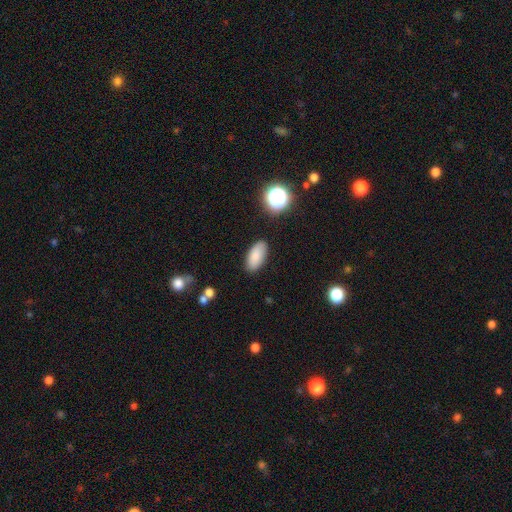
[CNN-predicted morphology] smooth-or-featured: smooth: 85% | star or artifact: 9% | featured or disk: 6%
  how-rounded: in between: 91% | cigar-shaped: 6% | round: 3%
  merging: none: 86% | minor disturbance: 10% | major disturbance: 2% | merger: 2%